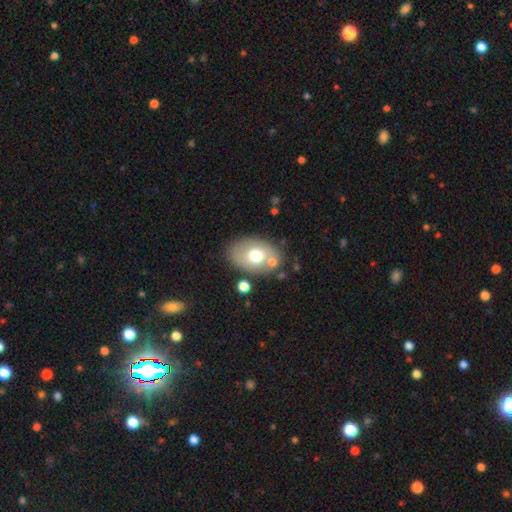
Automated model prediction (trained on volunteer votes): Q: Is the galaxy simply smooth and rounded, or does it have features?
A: smooth — 66%.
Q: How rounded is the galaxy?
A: in between — 80%.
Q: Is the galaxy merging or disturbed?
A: none — 73%.